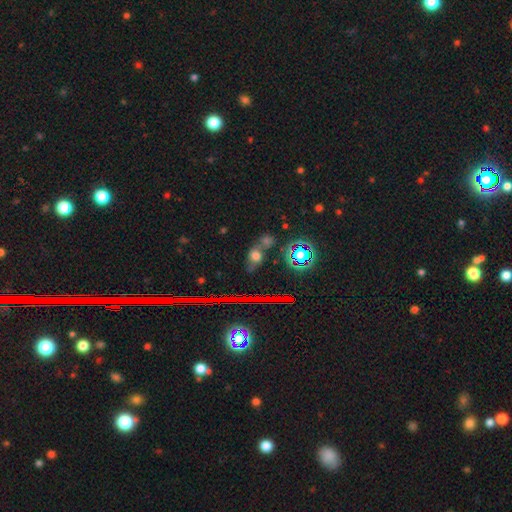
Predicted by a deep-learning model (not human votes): Smooth or featured? smooth (52%)
How rounded? in between (51%)
Merging? none (49%)